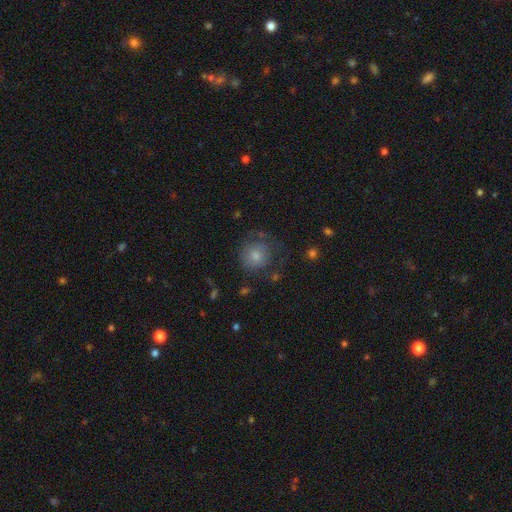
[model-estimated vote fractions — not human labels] This is possibly a smooth galaxy (55%). How rounded: clearly round (88%). Merging: likely none (65%).